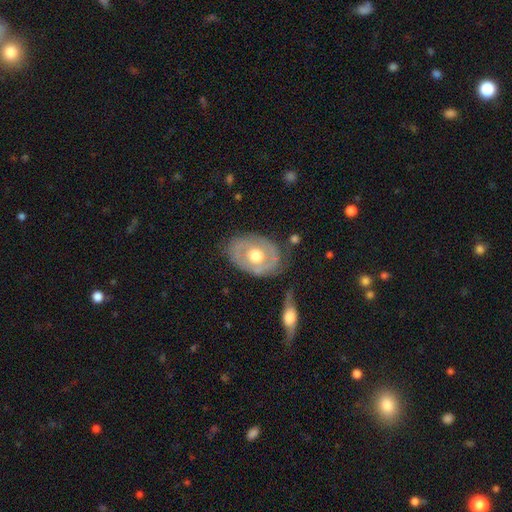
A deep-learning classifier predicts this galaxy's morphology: type=featured or disk (60%); edge-on=no (93%); bar=no (83%); spiral arms=no (66%); bulge=moderate (75%); merging=none (69%).